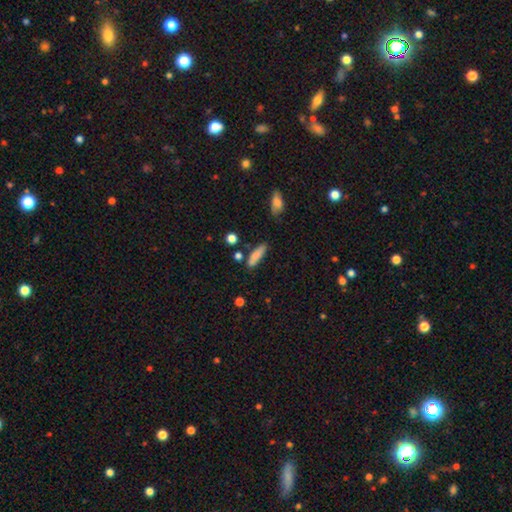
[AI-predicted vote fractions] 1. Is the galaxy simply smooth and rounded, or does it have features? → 83% smooth, 9% featured or disk, 8% star or artifact.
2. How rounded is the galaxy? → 62% cigar-shaped, 36% in between, 3% round.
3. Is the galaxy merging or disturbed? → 75% none, 15% minor disturbance, 6% merger, 4% major disturbance.